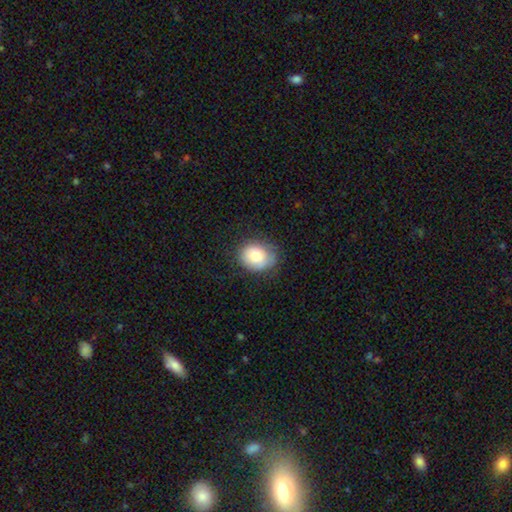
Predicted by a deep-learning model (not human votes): Smooth or featured?
  - smooth: 78% *
  - featured or disk: 14%
  - star or artifact: 8%
How rounded?
  - in between: 50% *
  - round: 49%
  - cigar-shaped: 1%
Merging?
  - none: 72% *
  - minor disturbance: 21%
  - major disturbance: 6%
  - merger: 1%